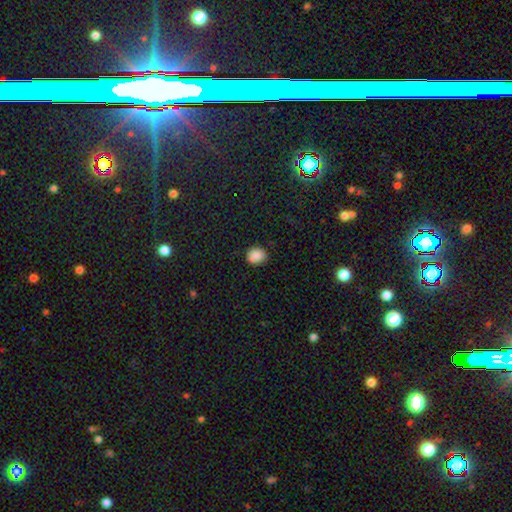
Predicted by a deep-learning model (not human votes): Q: Smooth or featured?
A: smooth (88%); runner-up: star or artifact (9%)
Q: How rounded?
A: round (63%); runner-up: in between (36%)
Q: Merging?
A: none (83%); runner-up: minor disturbance (13%)